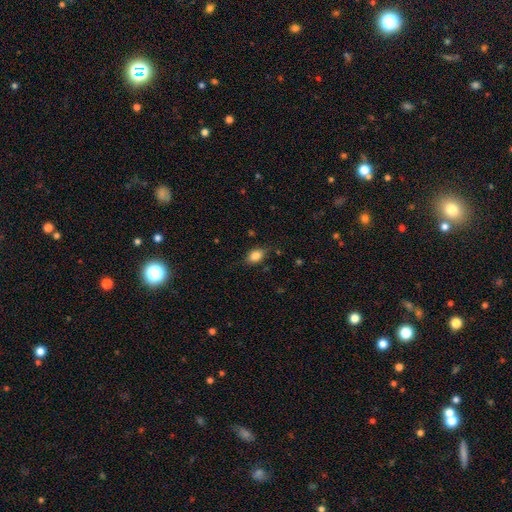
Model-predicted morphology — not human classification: type=smooth (84%); roundness=in between (76%); merging=none (80%).